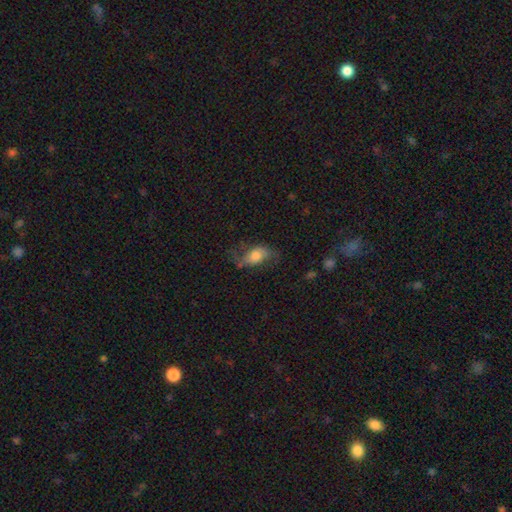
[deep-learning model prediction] smooth-or-featured: smooth: 51% | featured or disk: 40% | star or artifact: 9%
  how-rounded: in between: 86% | round: 9% | cigar-shaped: 5%
  merging: none: 52% | minor disturbance: 25% | major disturbance: 20% | merger: 2%